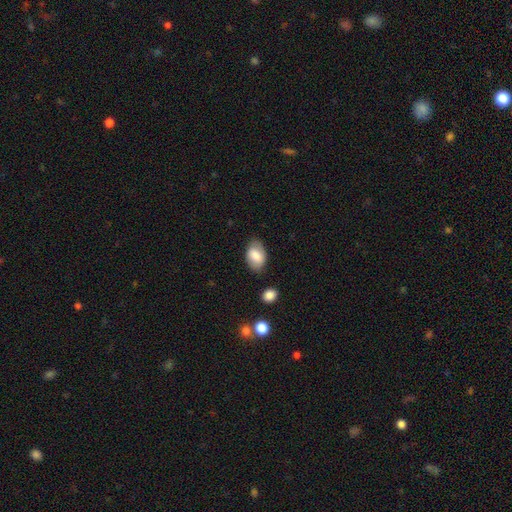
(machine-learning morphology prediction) smooth-or-featured: smooth: 81% | featured or disk: 12% | star or artifact: 7%
  how-rounded: in between: 90% | round: 9% | cigar-shaped: 1%
  merging: none: 79% | minor disturbance: 15% | major disturbance: 4% | merger: 2%